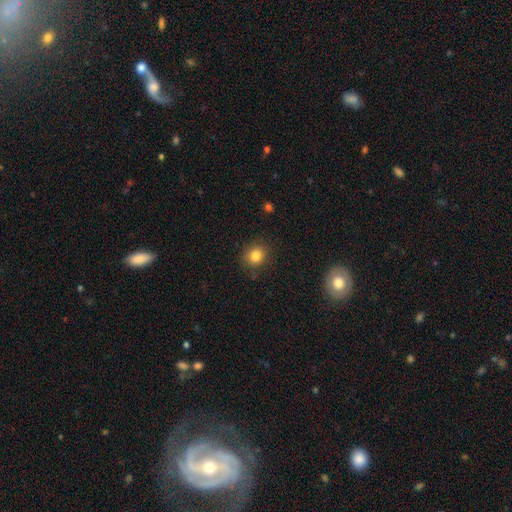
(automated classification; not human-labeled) smooth 82%, star or artifact 12%, featured or disk 6%. Down the decision tree: how rounded — round (80%); merging — none (85%).